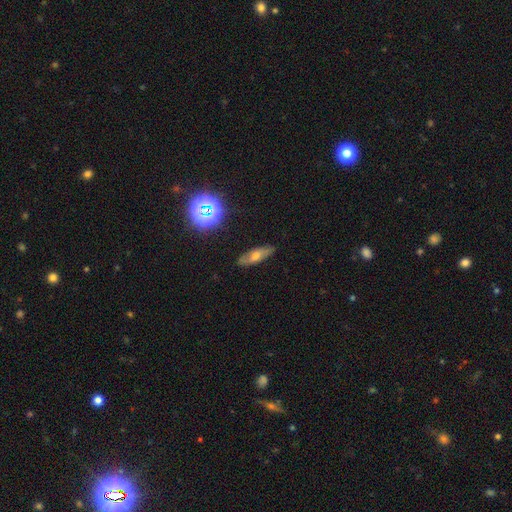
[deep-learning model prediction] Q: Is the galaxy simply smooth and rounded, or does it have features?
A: smooth — 45%.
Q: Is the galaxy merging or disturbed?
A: none — 83%.